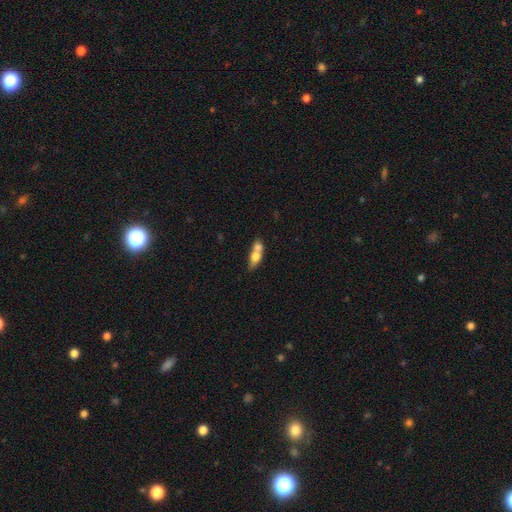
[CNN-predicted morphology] A smooth galaxy with no disk features (66%) that is in between round and cigar-shaped (64%). Merging: merger (66%).